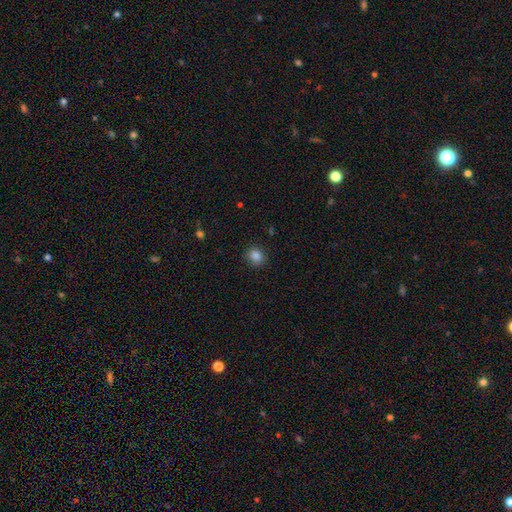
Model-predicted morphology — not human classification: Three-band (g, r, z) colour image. It shows a smooth galaxy with no disk features (85%) that is round (76%). Merging: none (89%).